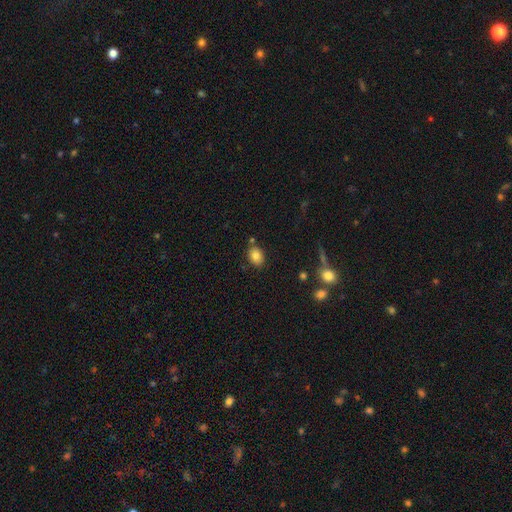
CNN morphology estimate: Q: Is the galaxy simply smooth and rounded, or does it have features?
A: smooth — 84%.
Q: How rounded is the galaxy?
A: in between — 71%.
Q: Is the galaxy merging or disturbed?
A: none — 78%.